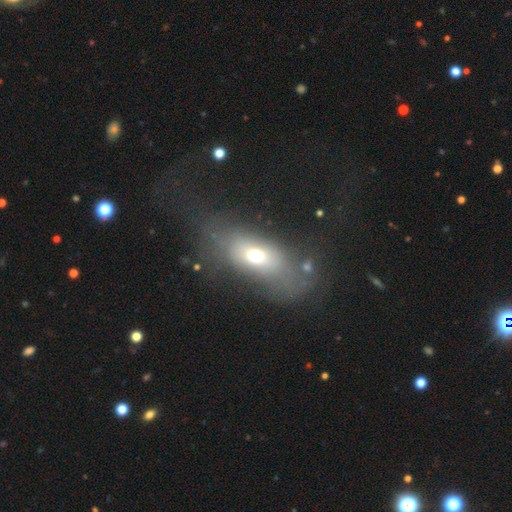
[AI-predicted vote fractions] Q: Smooth or featured?
A: smooth (59%); runner-up: featured or disk (28%)
Q: How rounded?
A: in between (78%); runner-up: round (12%)
Q: Merging?
A: none (47%); runner-up: major disturbance (27%)